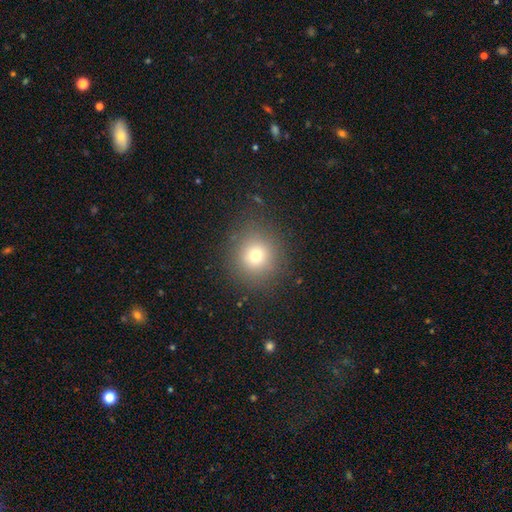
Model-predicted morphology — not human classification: A smooth galaxy with no disk features (72%) that is round (91%). Merging: none (86%).